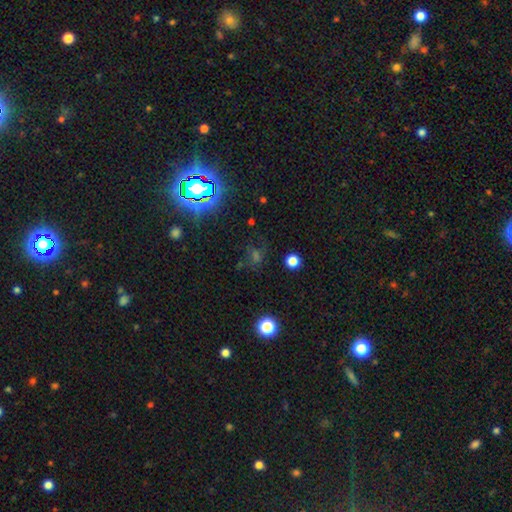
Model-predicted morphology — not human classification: A star or artifact, not a galaxy (55%).